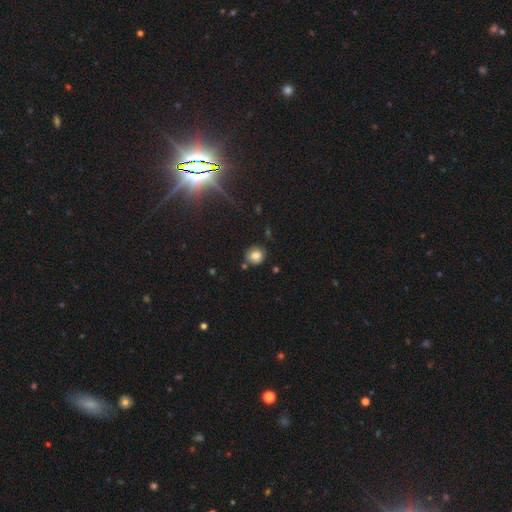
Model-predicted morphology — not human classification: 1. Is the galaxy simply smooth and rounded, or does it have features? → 80% smooth, 12% star or artifact, 8% featured or disk.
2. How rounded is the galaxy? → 87% round, 12% in between, 1% cigar-shaped.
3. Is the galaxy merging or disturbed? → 81% none, 11% minor disturbance, 6% merger, 3% major disturbance.